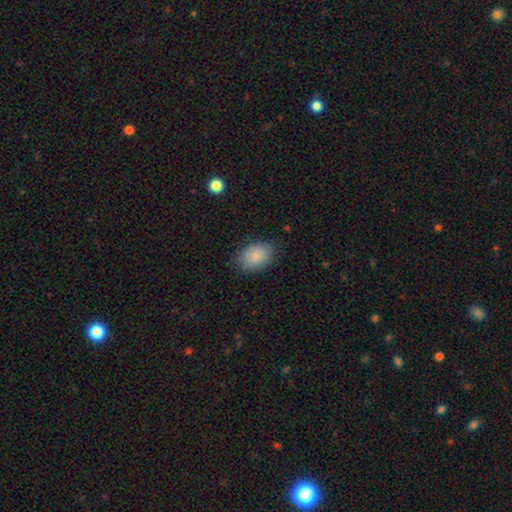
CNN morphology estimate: Smooth or featured? Predicted: smooth (p=0.88). How rounded? Predicted: in between (p=0.81). Merging? Predicted: none (p=0.80).